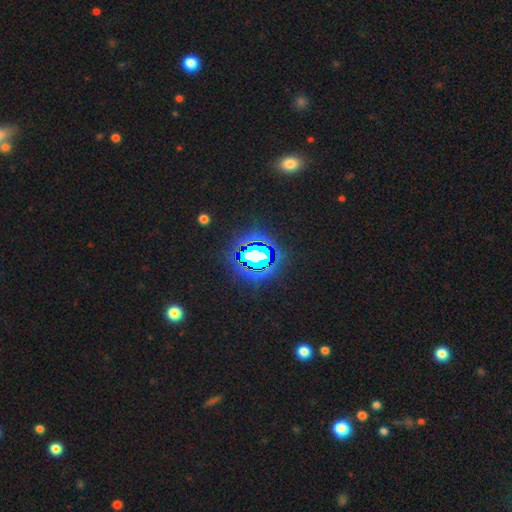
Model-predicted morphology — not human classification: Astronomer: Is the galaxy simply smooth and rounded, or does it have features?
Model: star or artifact — 71%.